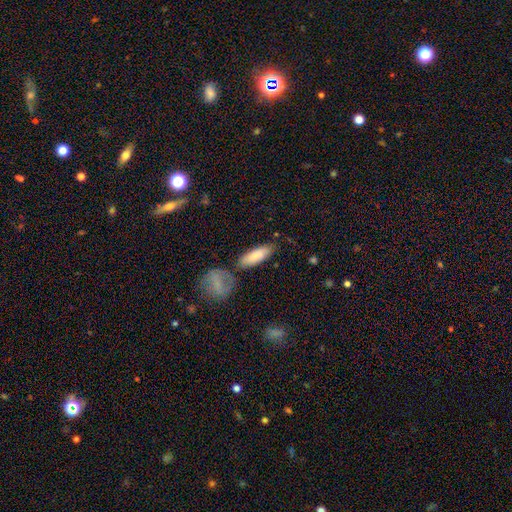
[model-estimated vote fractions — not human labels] smooth_or_featured: smooth (p=0.81) [alt: featured or disk p=0.13]
how_rounded: in between (p=0.61) [alt: cigar-shaped p=0.37]
merging: none (p=0.69) [alt: minor disturbance p=0.16]